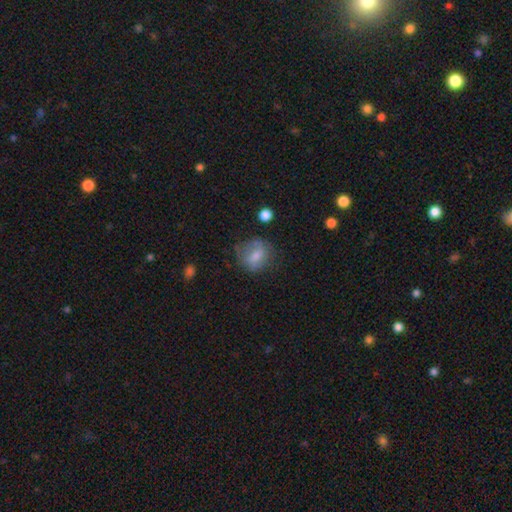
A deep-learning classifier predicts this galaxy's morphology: The model was most divided on "how rounded": round: 56%, in between: 43%, cigar-shaped: 2%. More confident: smooth or featured — smooth (65%); merging — none (56%).